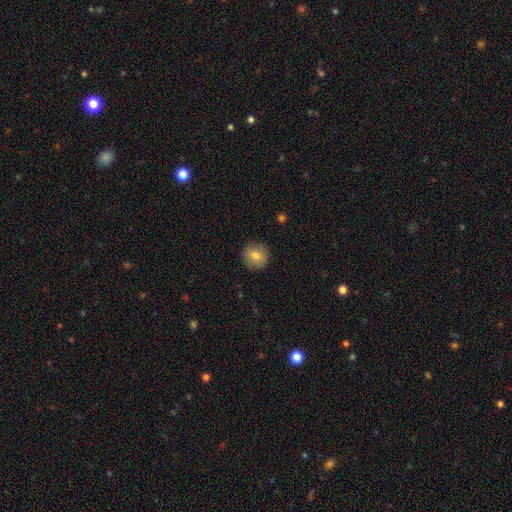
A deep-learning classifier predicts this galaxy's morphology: Smooth or featured? smooth (78%)
How rounded? round (92%)
Merging? none (90%)